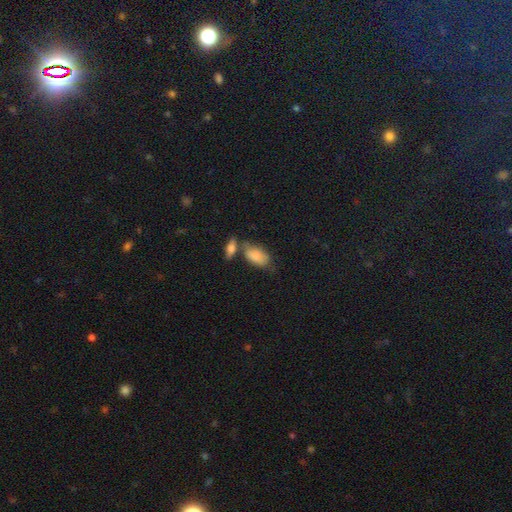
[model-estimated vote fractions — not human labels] This is clearly a smooth galaxy (83%). How rounded: clearly in between (91%). Merging: marginally none (42%).